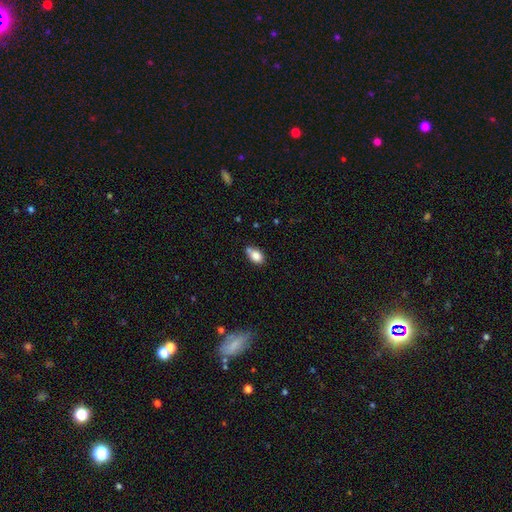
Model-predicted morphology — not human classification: smooth 82%, star or artifact 10%, featured or disk 8%. Down the decision tree: how rounded — in between (81%); merging — none (58%).